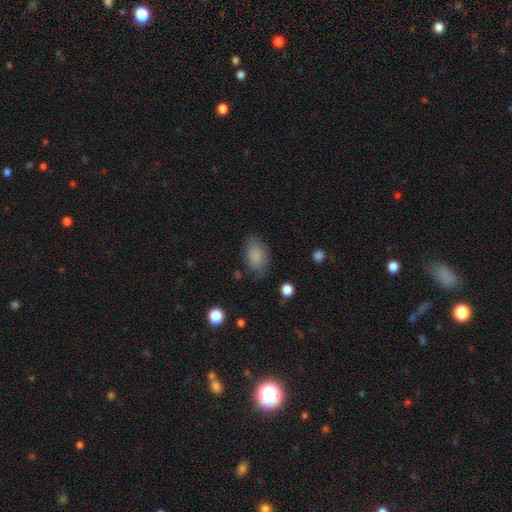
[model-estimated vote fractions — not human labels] This appears to be a smooth galaxy with no disk features (83%) that is in between round and cigar-shaped (90%). Merging: none (71%).